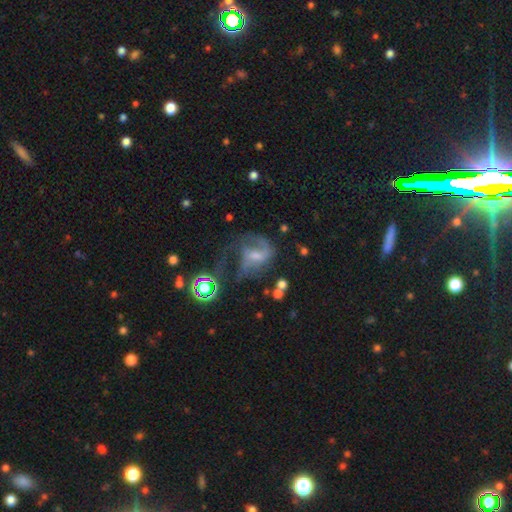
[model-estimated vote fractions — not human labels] A featured or disk galaxy (65%) with a weak bar (46%), 2 (41%) medium (44%) spiral arms (82%) and a small central bulge (44%).

Vote fractions:
- Smooth or featured? featured or disk: 65% / star or artifact: 18% / smooth: 17%
- Edge-on disk? no: 97% / yes: 3%
- Bar? weak: 46% / no: 38% / strong: 15%
- Spiral arms? yes: 82% / no: 18%
- Spiral winding? medium: 44% / loose: 37% / tight: 19%
- Spiral arm count? 2: 41% / 1: 27% / can't tell: 21% / 3: 6% / 4: 2% / more than 4: 2%
- Bulge size? small: 44% / moderate: 37% / none: 13% / large: 5% / dominant: 1%
- Merging? none: 38% / major disturbance: 37% / minor disturbance: 19% / merger: 6%